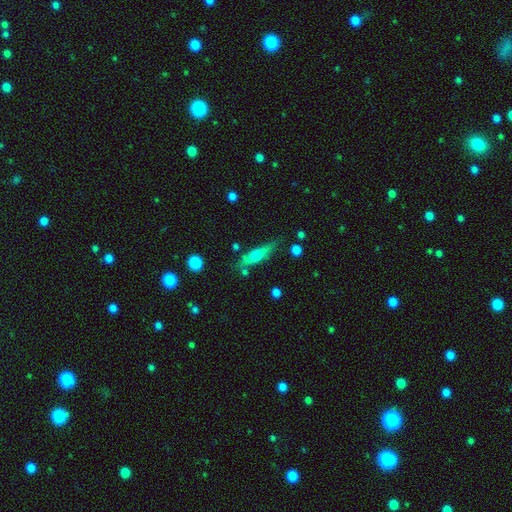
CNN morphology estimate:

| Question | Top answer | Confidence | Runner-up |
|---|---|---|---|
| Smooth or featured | smooth | 52% | featured or disk (41%) |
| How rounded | cigar-shaped | 74% | in between (23%) |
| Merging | none | 69% | minor disturbance (19%) |